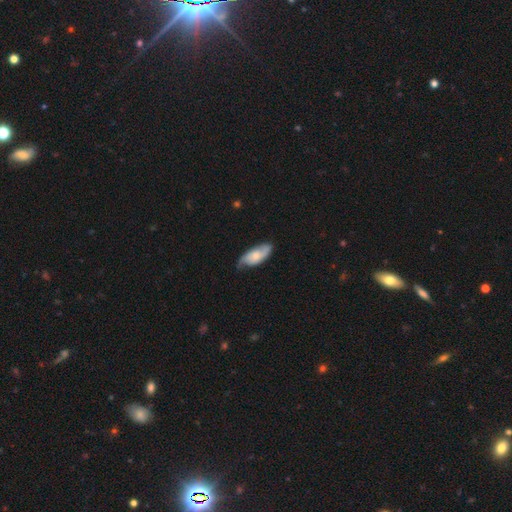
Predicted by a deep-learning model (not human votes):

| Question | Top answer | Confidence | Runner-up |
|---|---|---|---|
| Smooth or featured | featured or disk | 50% | smooth (44%) |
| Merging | none | 67% | minor disturbance (26%) |